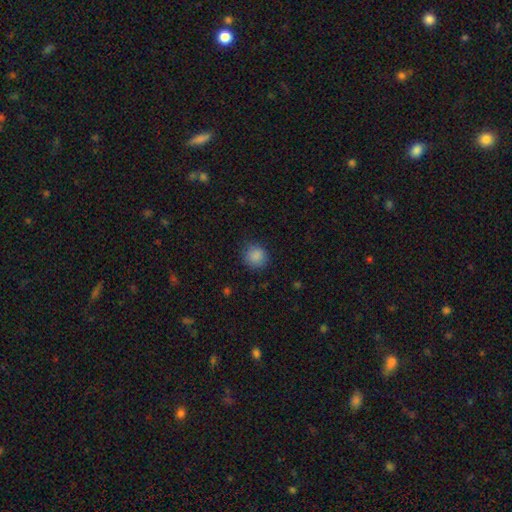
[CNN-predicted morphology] Smooth or featured: smooth — 87% (star or artifact — 9%)
How rounded: round — 91% (in between — 8%)
Merging: none — 86% (minor disturbance — 10%)